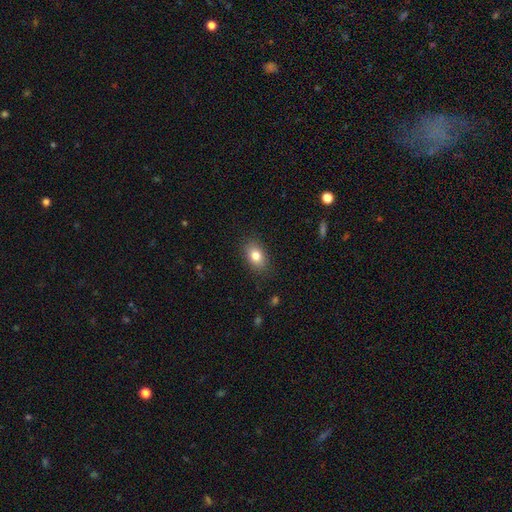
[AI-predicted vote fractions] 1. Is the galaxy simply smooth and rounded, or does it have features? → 82% smooth, 9% featured or disk, 9% star or artifact.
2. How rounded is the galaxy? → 83% in between, 15% round, 2% cigar-shaped.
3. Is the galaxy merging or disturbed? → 86% none, 10% minor disturbance, 3% major disturbance, 1% merger.